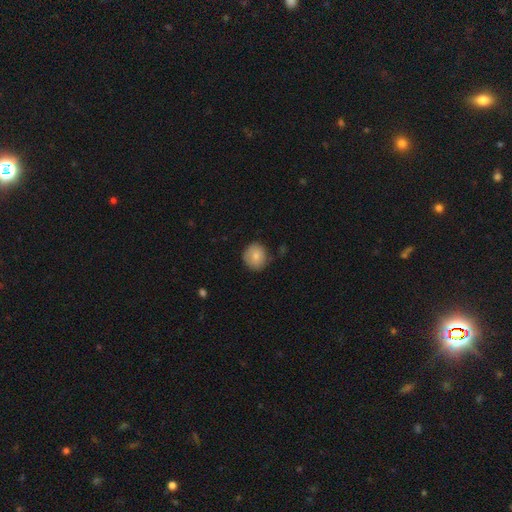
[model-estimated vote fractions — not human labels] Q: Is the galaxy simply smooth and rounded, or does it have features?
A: smooth — 79%.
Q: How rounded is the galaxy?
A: round — 85%.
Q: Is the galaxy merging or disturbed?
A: none — 75%.